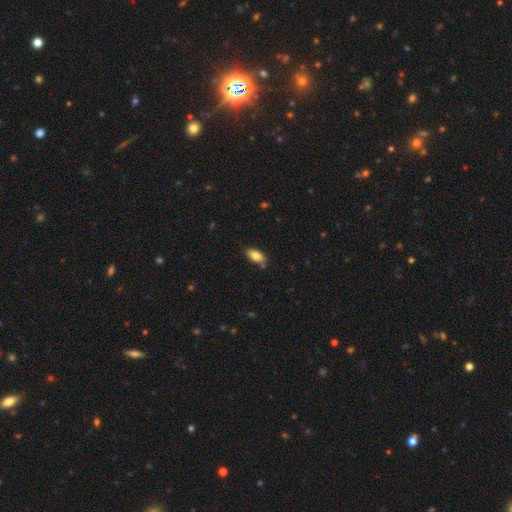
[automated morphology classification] type=smooth (82%); roundness=in between (90%); merging=none (77%).